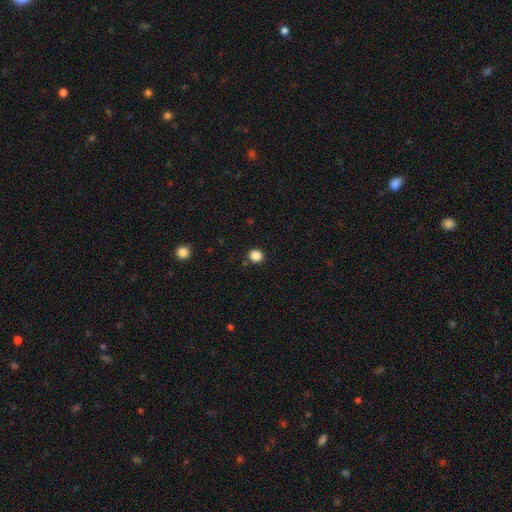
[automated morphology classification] Overall: smooth (86%). How rounded: round (86%). Merging: none (89%).